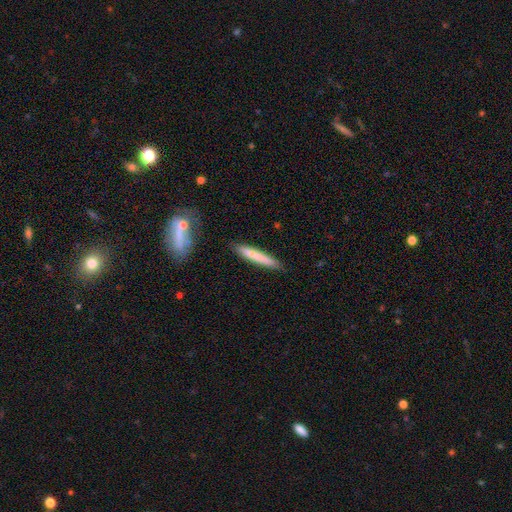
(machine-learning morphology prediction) Q: Smooth or featured?
A: smooth (73%); runner-up: featured or disk (21%)
Q: How rounded?
A: cigar-shaped (95%); runner-up: in between (4%)
Q: Merging?
A: none (86%); runner-up: minor disturbance (9%)